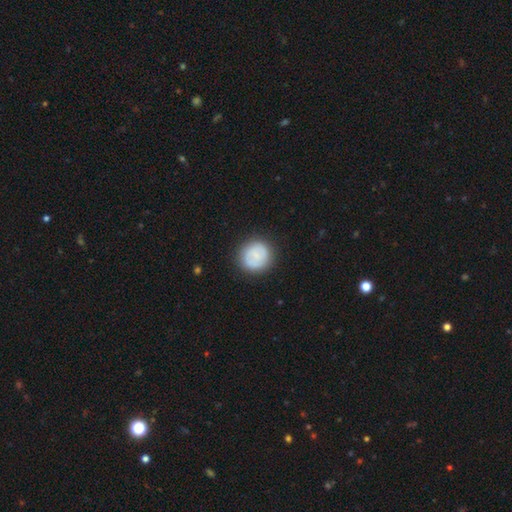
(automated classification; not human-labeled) Q: Smooth or featured?
A: smooth (69%); runner-up: featured or disk (24%)
Q: How rounded?
A: round (91%); runner-up: in between (8%)
Q: Merging?
A: none (85%); runner-up: minor disturbance (10%)